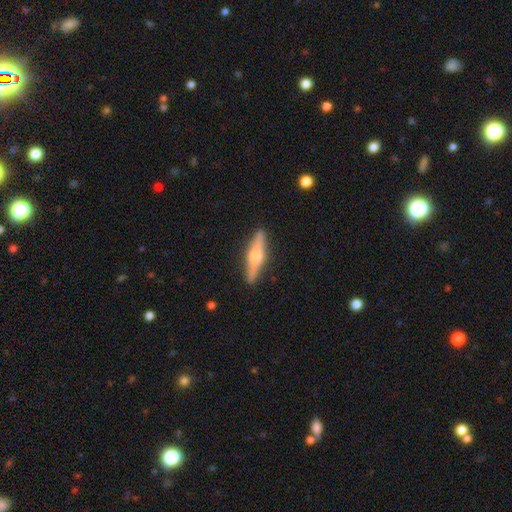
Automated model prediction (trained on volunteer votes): Smooth or featured?
  - featured or disk: 62% *
  - smooth: 32%
  - star or artifact: 6%
Edge-on disk?
  - yes: 96% *
  - no: 4%
Edge-on bulge?
  - rounded: 84% *
  - boxy: 12%
  - none: 4%
Merging?
  - none: 89% *
  - minor disturbance: 8%
  - major disturbance: 2%
  - merger: 1%